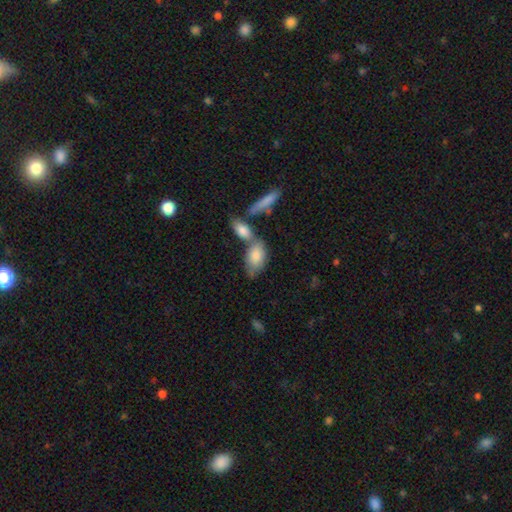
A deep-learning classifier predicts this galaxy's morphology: type=smooth (79%); roundness=in between (89%); merging=merger (43%).